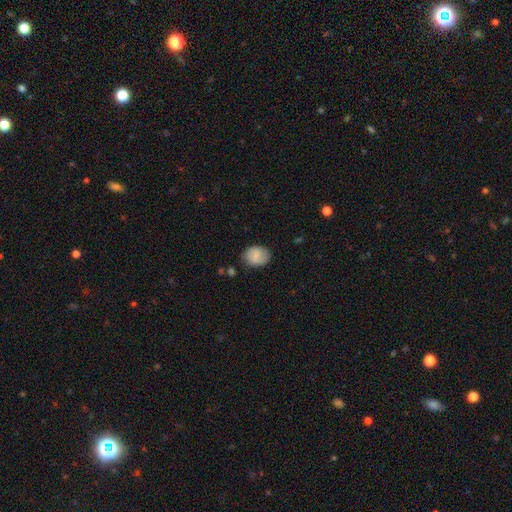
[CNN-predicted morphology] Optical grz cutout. It shows a smooth galaxy with no disk features (74%) that is in between round and cigar-shaped (55%). Merging: none (78%).